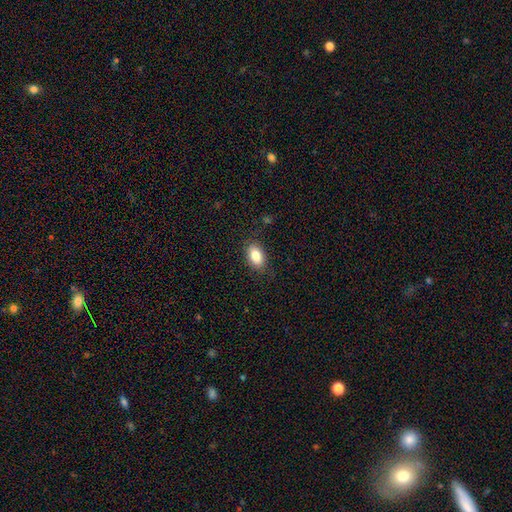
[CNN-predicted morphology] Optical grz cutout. It shows a smooth galaxy with no disk features (84%) that is in between round and cigar-shaped (90%). Merging: none (85%).